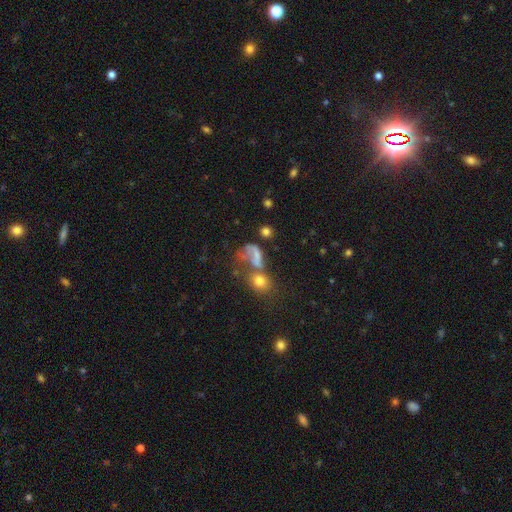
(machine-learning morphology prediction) Smooth or featured? Predicted: smooth (p=0.53). How rounded? Predicted: in between (p=0.58). Merging? Predicted: merger (p=0.35).